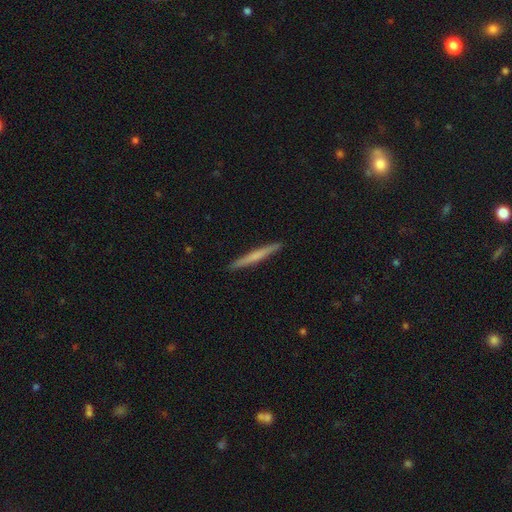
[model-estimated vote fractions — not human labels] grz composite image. It shows a smooth galaxy with no disk features (50%) that is cigar-shaped (97%). Merging: none (92%).